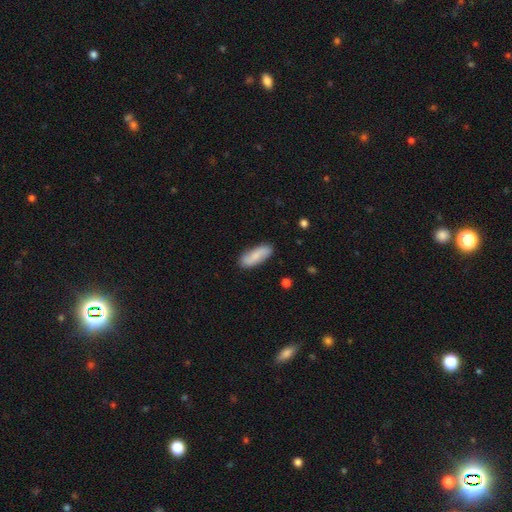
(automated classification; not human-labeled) A smooth galaxy with no disk features (66%) that is in between round and cigar-shaped (70%). Merging: none (84%).